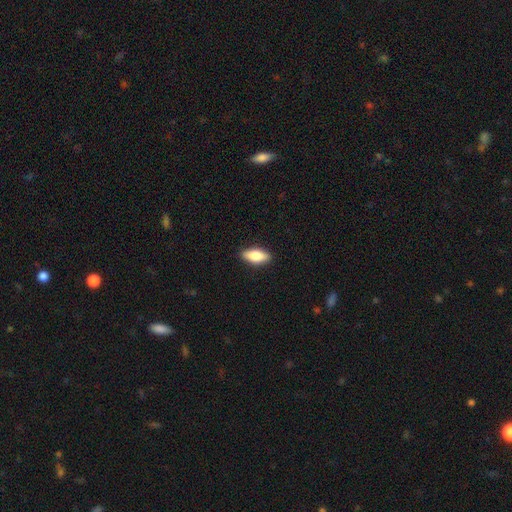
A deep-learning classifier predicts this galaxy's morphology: Smooth or featured?
  - smooth: 77% *
  - featured or disk: 17%
  - star or artifact: 6%
How rounded?
  - in between: 81% *
  - cigar-shaped: 16%
  - round: 3%
Merging?
  - none: 89% *
  - minor disturbance: 8%
  - major disturbance: 2%
  - merger: 1%